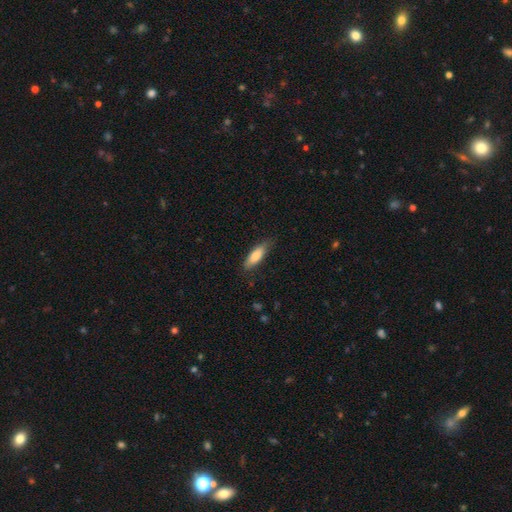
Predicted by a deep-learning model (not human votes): smooth-or-featured: smooth: 82% | featured or disk: 12% | star or artifact: 6%
  how-rounded: in between: 54% | cigar-shaped: 44% | round: 2%
  merging: none: 77% | minor disturbance: 18% | major disturbance: 4% | merger: 1%